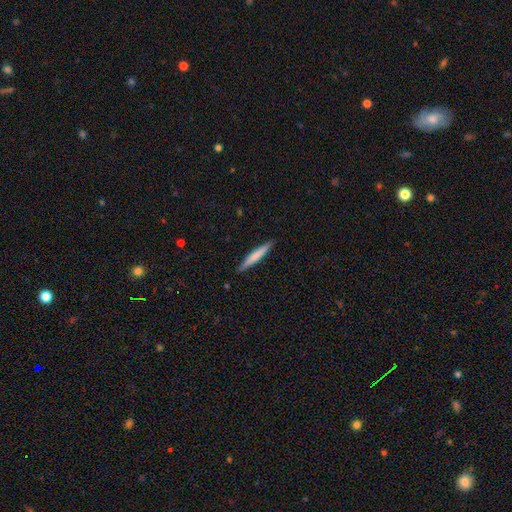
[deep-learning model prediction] Morphology: type=smooth (68%); roundness=cigar-shaped (96%); merging=none (90%).